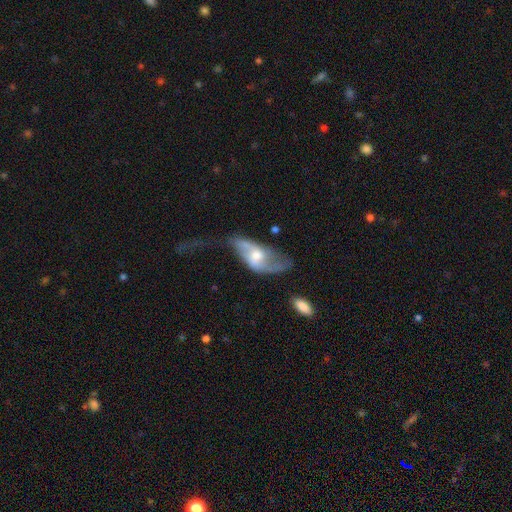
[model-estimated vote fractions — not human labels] Q: Smooth or featured?
A: featured or disk (72%); runner-up: smooth (22%)
Q: Edge-on disk?
A: no (92%); runner-up: yes (8%)
Q: Bar?
A: no (50%); runner-up: weak (40%)
Q: Spiral arms?
A: yes (84%); runner-up: no (16%)
Q: Spiral winding?
A: loose (71%); runner-up: medium (22%)
Q: Spiral arm count?
A: 2 (82%); runner-up: can't tell (9%)
Q: Bulge size?
A: moderate (61%); runner-up: small (28%)
Q: Merging?
A: major disturbance (35%); runner-up: none (34%)